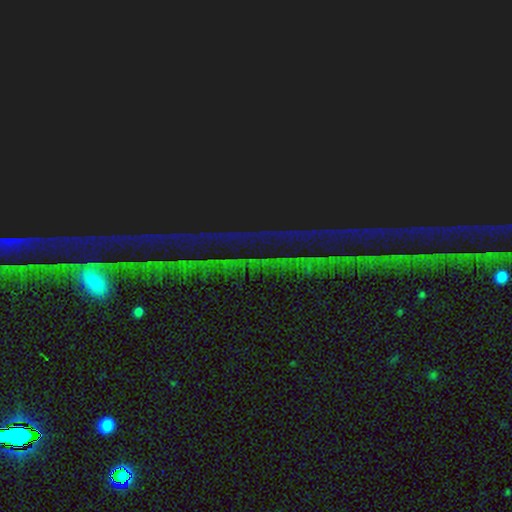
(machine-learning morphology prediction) smooth_or_featured: star or artifact (p=0.86) [alt: featured or disk p=0.08]